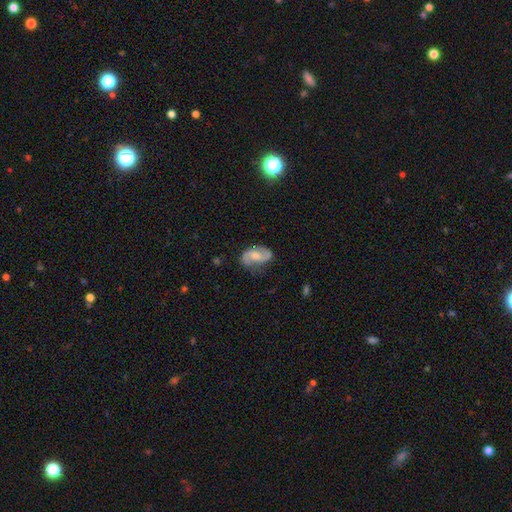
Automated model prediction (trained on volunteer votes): The model was most divided on "bar": no: 48%, weak: 43%, strong: 9%. Remaining: edge-on disk — no (97%); spiral arms — yes (94%); spiral arm count — 2 (90%); smooth or featured — featured or disk (76%); merging — none (75%); spiral winding — medium (49%); bulge size — moderate (45%).